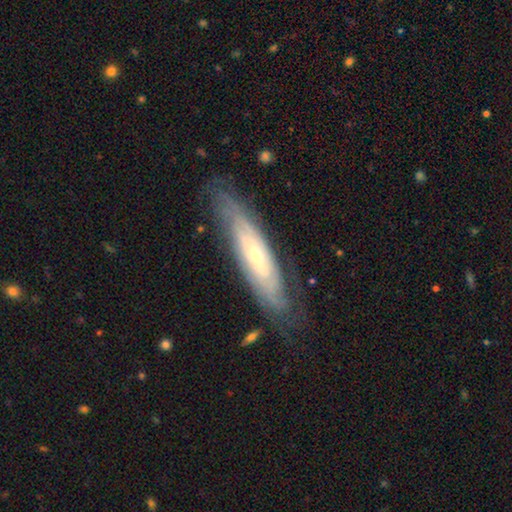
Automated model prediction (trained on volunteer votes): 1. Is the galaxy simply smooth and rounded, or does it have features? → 72% featured or disk, 22% smooth, 6% star or artifact.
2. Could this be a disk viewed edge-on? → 65% no, 35% yes.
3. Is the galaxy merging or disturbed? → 75% none, 17% minor disturbance, 6% major disturbance, 2% merger.